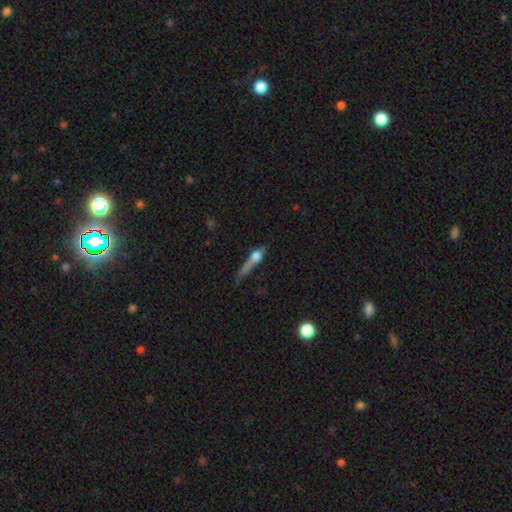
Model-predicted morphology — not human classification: This appears to be a smooth galaxy with no disk features (52%) that is cigar-shaped (59%). Merging: none (35%).